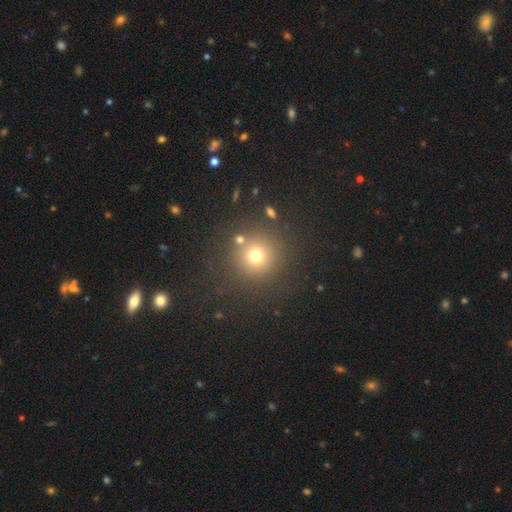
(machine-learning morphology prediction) Smooth or featured? Predicted: smooth (p=0.71). How rounded? Predicted: round (p=0.94). Merging? Predicted: none (p=0.81).